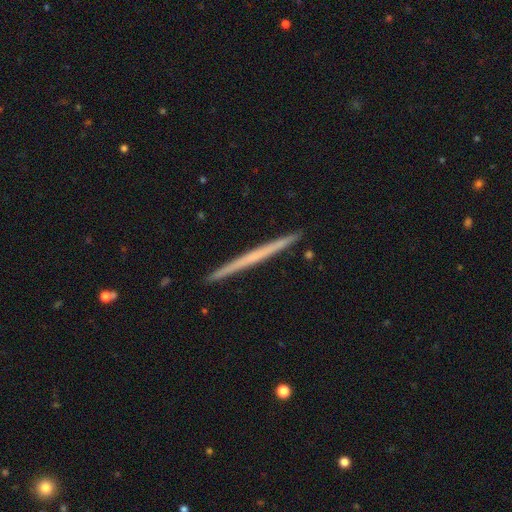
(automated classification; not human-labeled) This appears to be a featured or disk galaxy (57%) viewed edge-on (98%) with no central bulge (87%). Merging: none (93%).